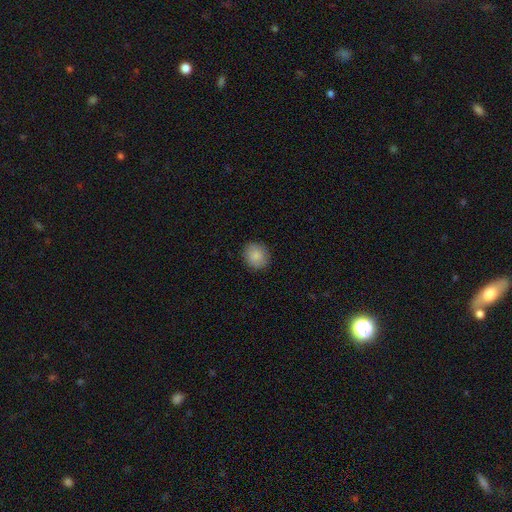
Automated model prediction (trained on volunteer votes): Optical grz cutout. It shows a smooth galaxy with no disk features (88%) that is round (83%). Merging: none (89%).